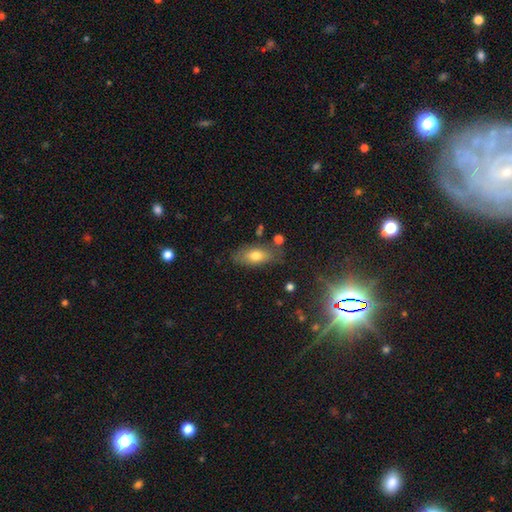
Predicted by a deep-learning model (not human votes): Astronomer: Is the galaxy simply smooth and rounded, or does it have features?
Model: smooth — 72%.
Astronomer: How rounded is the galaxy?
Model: in between — 84%.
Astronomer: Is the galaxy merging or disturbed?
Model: none — 73%.